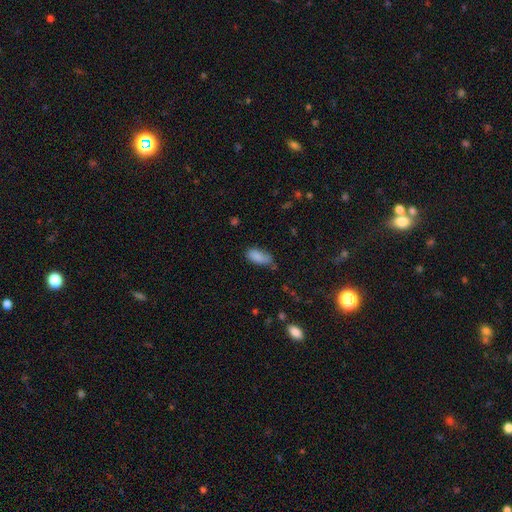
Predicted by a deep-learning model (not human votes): smooth_or_featured: smooth (p=0.85) [alt: star or artifact p=0.08]
how_rounded: in between (p=0.86) [alt: cigar-shaped p=0.11]
merging: none (p=0.52) [alt: minor disturbance p=0.35]